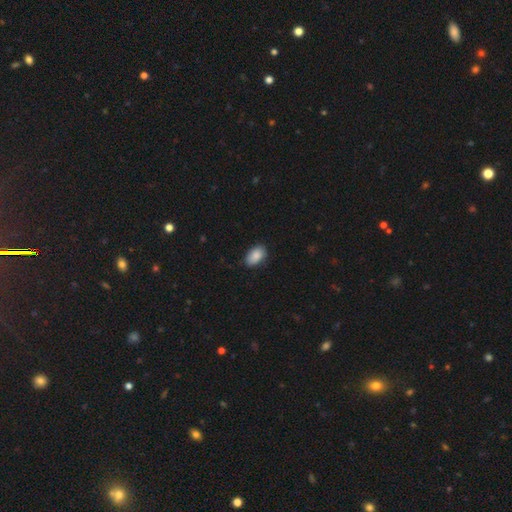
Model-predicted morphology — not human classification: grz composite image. It shows a smooth galaxy with no disk features (87%) that is in between round and cigar-shaped (91%). Merging: none (80%).